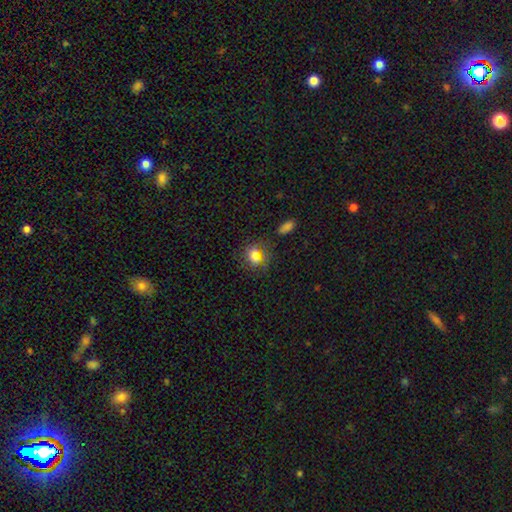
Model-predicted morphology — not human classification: smooth-or-featured: smooth: 71% | star or artifact: 19% | featured or disk: 11%
  how-rounded: in between: 51% | round: 46% | cigar-shaped: 3%
  merging: none: 73% | minor disturbance: 16% | major disturbance: 6% | merger: 4%